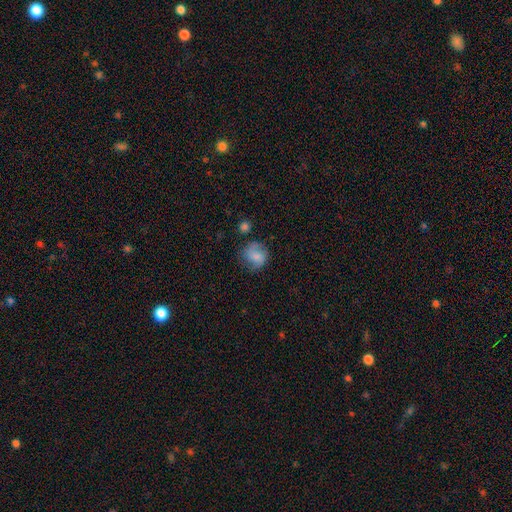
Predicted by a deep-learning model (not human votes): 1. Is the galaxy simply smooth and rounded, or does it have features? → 56% smooth, 35% featured or disk, 9% star or artifact.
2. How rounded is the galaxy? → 78% round, 21% in between, 1% cigar-shaped.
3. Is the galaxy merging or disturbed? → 64% none, 22% minor disturbance, 9% major disturbance, 4% merger.